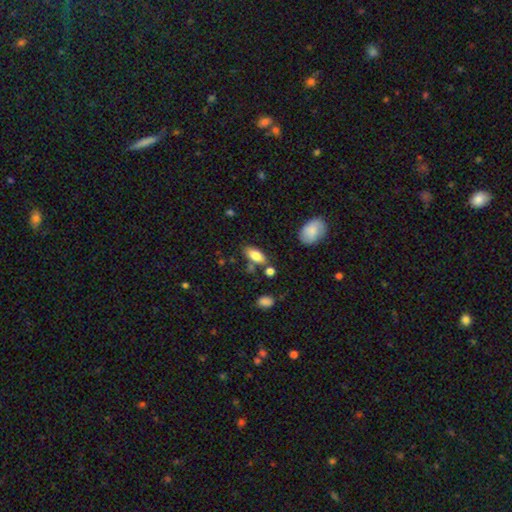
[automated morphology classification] smooth_or_featured: smooth (p=0.81) [alt: featured or disk p=0.11]
how_rounded: in between (p=0.86) [alt: cigar-shaped p=0.11]
merging: none (p=0.70) [alt: minor disturbance p=0.16]